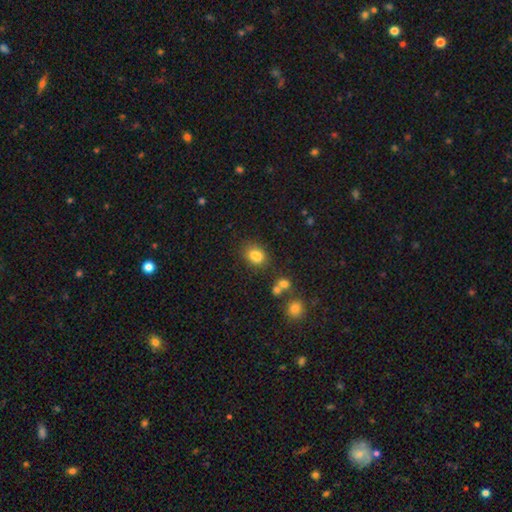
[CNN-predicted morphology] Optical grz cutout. It shows a smooth galaxy with no disk features (82%) that is in between round and cigar-shaped (57%). Merging: none (68%).